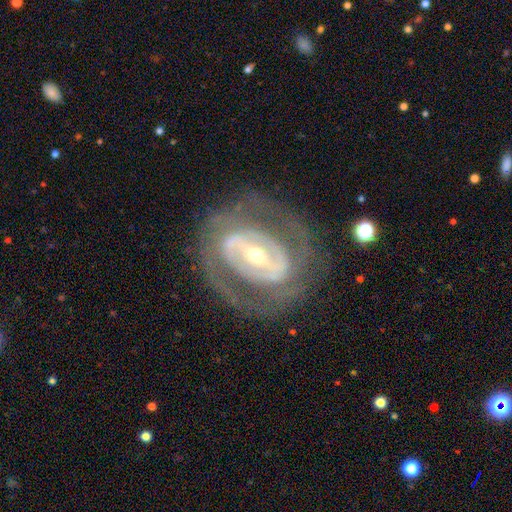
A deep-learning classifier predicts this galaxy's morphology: A featured or disk galaxy (84%) with a strong bar (51%), 2 (58%) tight (56%) spiral arms (74%) and a small central bulge (58%).

Vote fractions:
- Smooth or featured? featured or disk: 84% / smooth: 10% / star or artifact: 5%
- Edge-on disk? no: 95% / yes: 5%
- Bar? strong: 51% / weak: 30% / no: 19%
- Spiral arms? yes: 74% / no: 26%
- Spiral winding? tight: 56% / medium: 33% / loose: 11%
- Spiral arm count? 2: 58% / can't tell: 25% / 3: 7% / 1: 5% / 4: 3% / more than 4: 2%
- Bulge size? small: 58% / moderate: 37% / large: 3% / dominant: 1% / none: 1%
- Merging? none: 73% / minor disturbance: 14% / major disturbance: 11% / merger: 1%